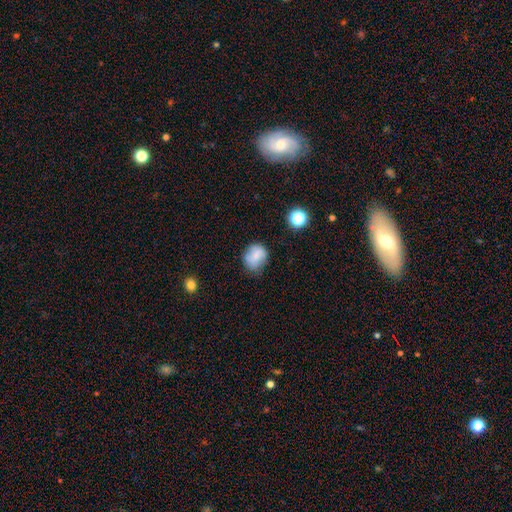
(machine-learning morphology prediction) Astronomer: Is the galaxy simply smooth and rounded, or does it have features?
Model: smooth — 75%.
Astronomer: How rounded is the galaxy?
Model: round — 63%.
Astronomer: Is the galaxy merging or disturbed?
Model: none — 64%.